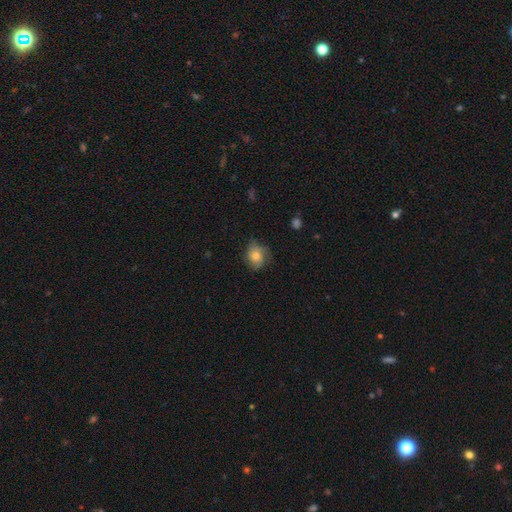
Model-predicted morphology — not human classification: Smooth or featured? Predicted: smooth (p=0.58). How rounded? Predicted: round (p=0.66). Merging? Predicted: none (p=0.62).